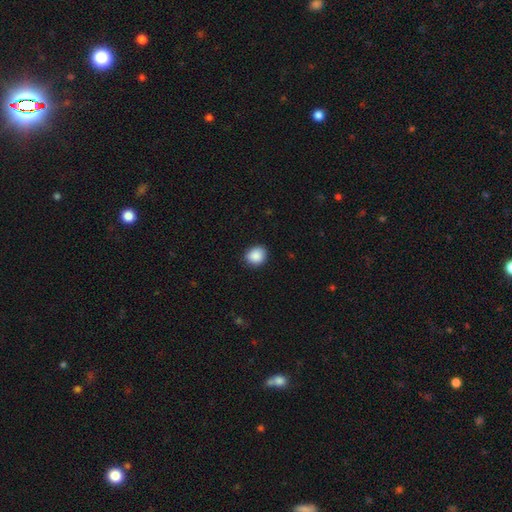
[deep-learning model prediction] smooth-or-featured: smooth: 89% | star or artifact: 8% | featured or disk: 3%
  how-rounded: round: 63% | in between: 36% | cigar-shaped: 1%
  merging: none: 88% | minor disturbance: 9% | major disturbance: 2% | merger: 1%